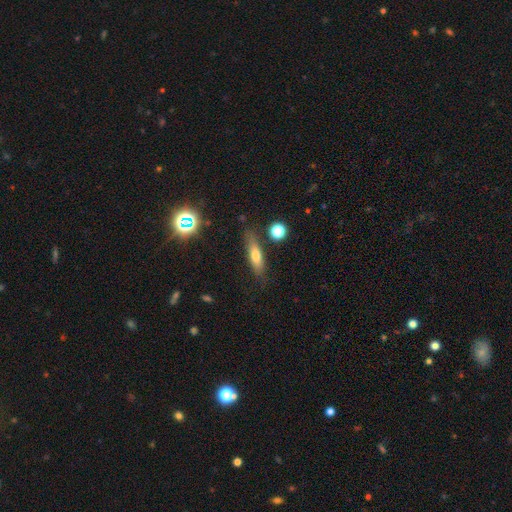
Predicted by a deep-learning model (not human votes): Smooth or featured?
  - smooth: 62% *
  - featured or disk: 28%
  - star or artifact: 10%
How rounded?
  - cigar-shaped: 64% *
  - in between: 32%
  - round: 4%
Merging?
  - none: 76% *
  - minor disturbance: 15%
  - major disturbance: 4%
  - merger: 4%